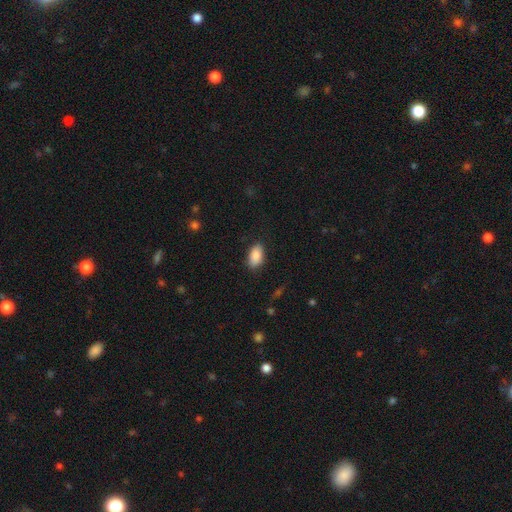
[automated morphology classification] The model was most divided on "merging": none: 85%, minor disturbance: 11%, major disturbance: 3%, merger: 1%. More confident: how rounded — in between (93%); smooth or featured — smooth (89%).